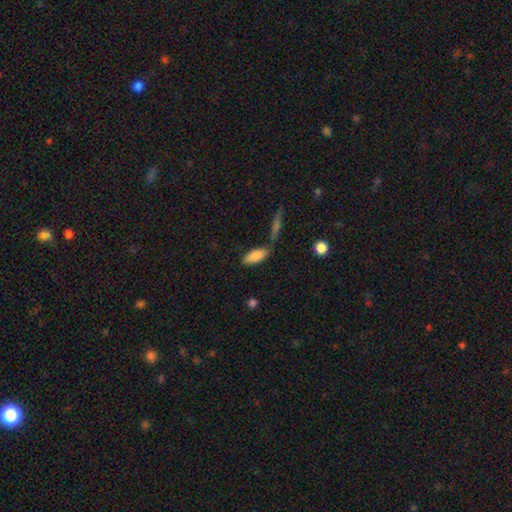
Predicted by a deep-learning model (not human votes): This appears to be a smooth galaxy with no disk features (85%) that is in between round and cigar-shaped (82%). Merging: none (62%).